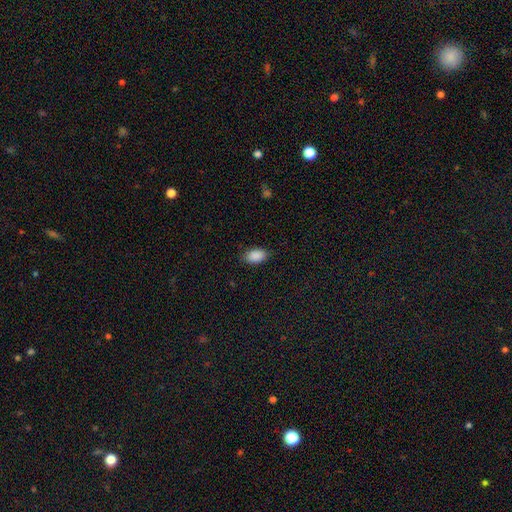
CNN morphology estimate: Smooth or featured? smooth (90%)
How rounded? in between (93%)
Merging? none (85%)